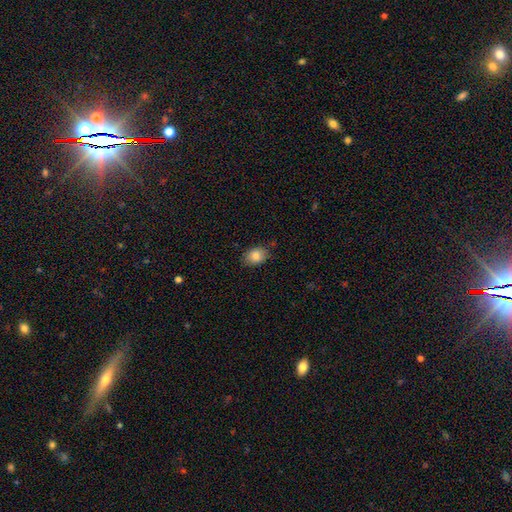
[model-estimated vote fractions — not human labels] Overall: smooth (84%). How rounded: in between (69%; round 30%). Merging: none (82%).